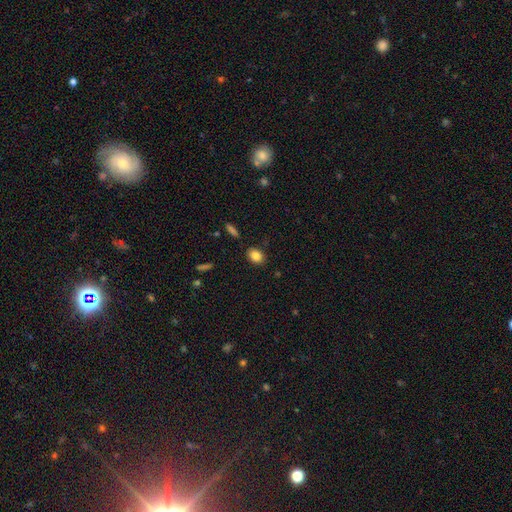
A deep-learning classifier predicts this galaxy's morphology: Smooth or featured?
  - smooth: 84% *
  - star or artifact: 9%
  - featured or disk: 7%
How rounded?
  - in between: 68% *
  - round: 31%
  - cigar-shaped: 1%
Merging?
  - none: 86% *
  - minor disturbance: 10%
  - major disturbance: 2%
  - merger: 2%